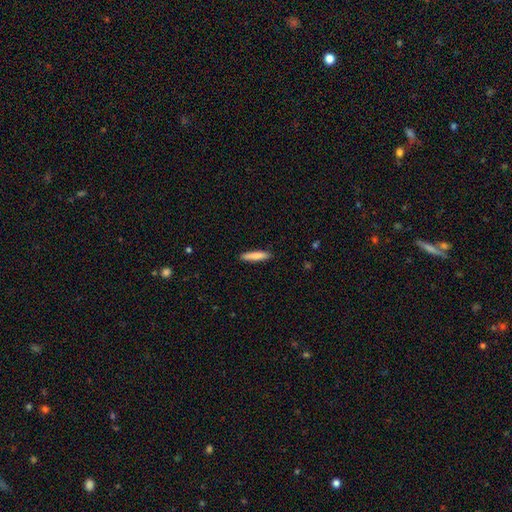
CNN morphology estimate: Smooth or featured? Predicted: smooth (p=0.84). How rounded? Predicted: cigar-shaped (p=0.85). Merging? Predicted: none (p=0.90).